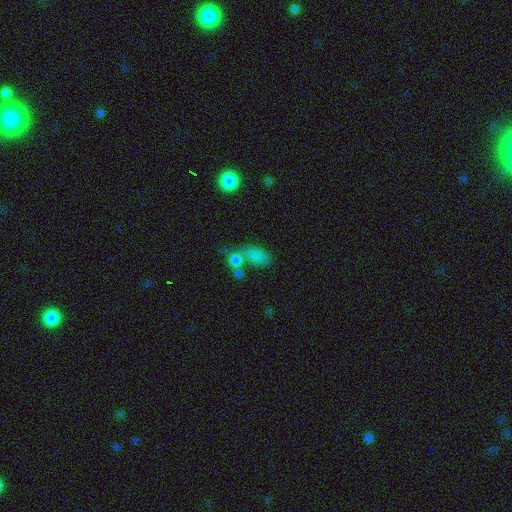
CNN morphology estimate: Overall: smooth (75%). How rounded: in between (80%). Merging: merger (38%; none 34%).